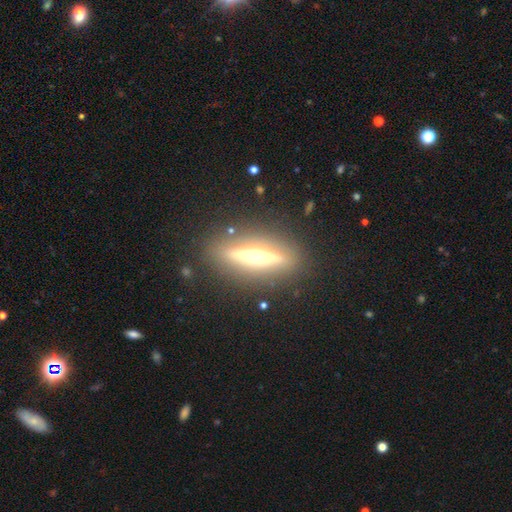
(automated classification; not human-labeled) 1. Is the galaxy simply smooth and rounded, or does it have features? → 72% featured or disk, 21% smooth, 8% star or artifact.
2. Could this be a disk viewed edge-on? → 90% yes, 10% no.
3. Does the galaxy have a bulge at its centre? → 90% rounded, 6% none, 4% boxy.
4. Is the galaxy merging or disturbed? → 86% none, 9% minor disturbance, 3% major disturbance, 2% merger.